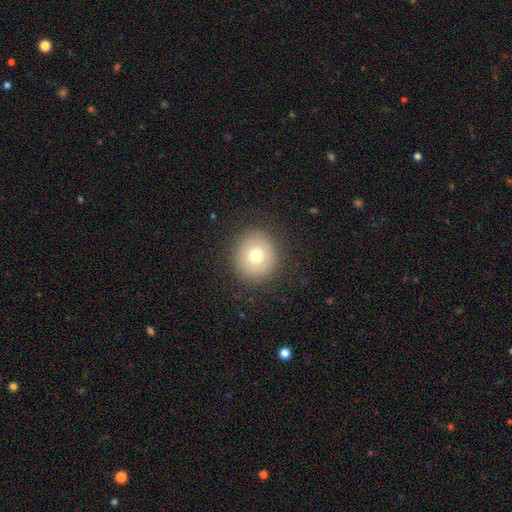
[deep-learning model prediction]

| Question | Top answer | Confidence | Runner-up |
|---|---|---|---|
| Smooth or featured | smooth | 72% | featured or disk (17%) |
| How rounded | round | 90% | in between (9%) |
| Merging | none | 89% | minor disturbance (7%) |